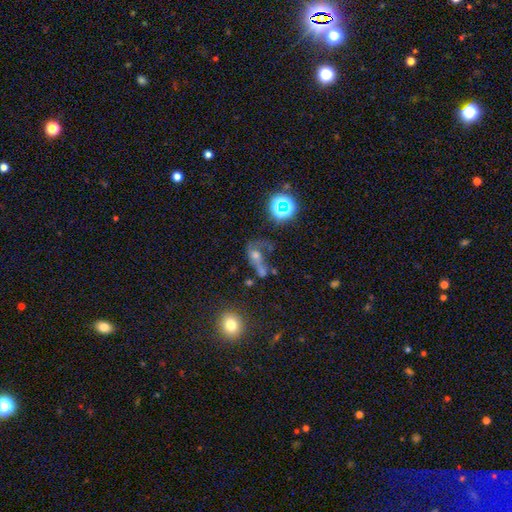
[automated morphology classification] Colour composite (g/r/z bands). It shows a smooth galaxy with no disk features (37%, tied with featured or disk). Merging: major disturbance (36%).